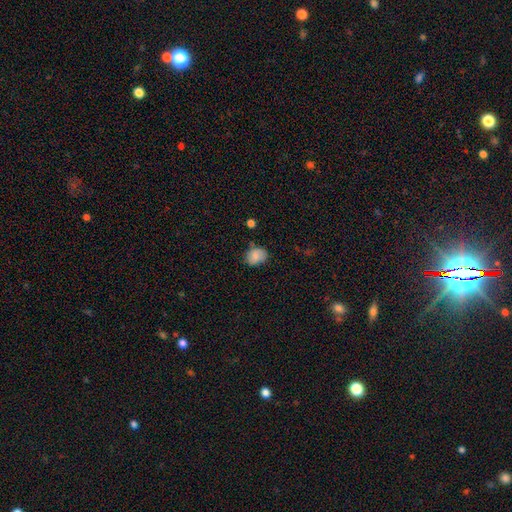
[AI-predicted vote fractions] Smooth or featured? Predicted: smooth (p=0.81). How rounded? Predicted: in between (p=0.58). Merging? Predicted: none (p=0.63).